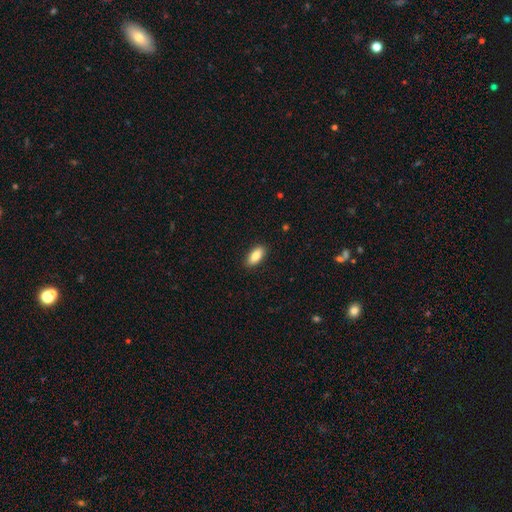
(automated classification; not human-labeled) smooth-or-featured: smooth: 84% | featured or disk: 9% | star or artifact: 7%
  how-rounded: in between: 89% | cigar-shaped: 8% | round: 3%
  merging: none: 89% | minor disturbance: 8% | major disturbance: 2% | merger: 1%